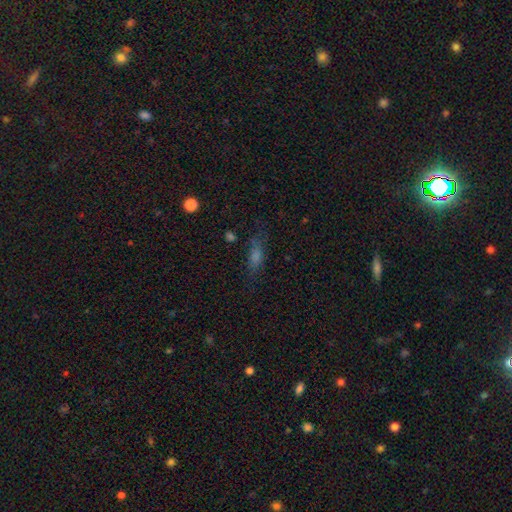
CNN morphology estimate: Smooth or featured? Predicted: smooth (p=0.49). Merging? Predicted: none (p=0.72).